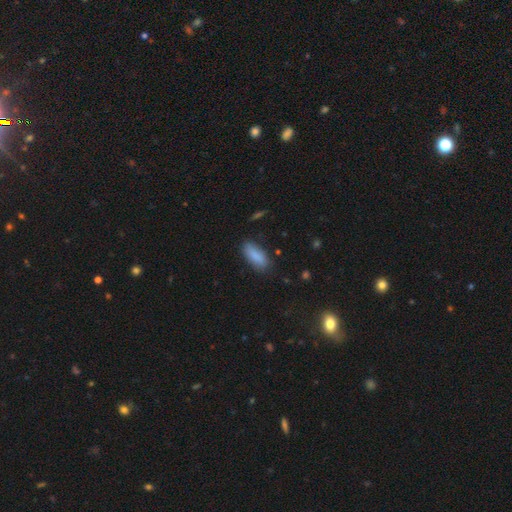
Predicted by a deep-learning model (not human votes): This is clearly a smooth galaxy (87%). How rounded: likely in between (80%). Merging: likely none (79%).